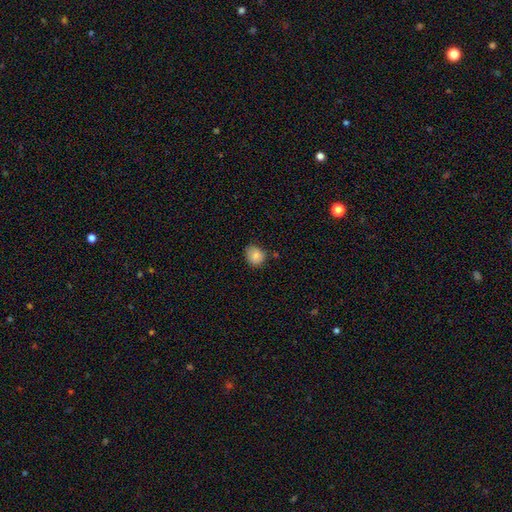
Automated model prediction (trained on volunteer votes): Q: Smooth or featured?
A: smooth (84%); runner-up: star or artifact (9%)
Q: How rounded?
A: round (69%); runner-up: in between (30%)
Q: Merging?
A: none (73%); runner-up: minor disturbance (21%)